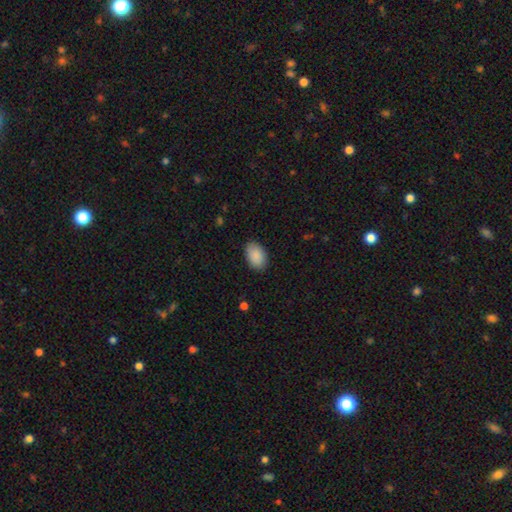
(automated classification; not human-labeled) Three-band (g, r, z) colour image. It shows a smooth galaxy with no disk features (90%) that is in between round and cigar-shaped (91%). Merging: none (87%).